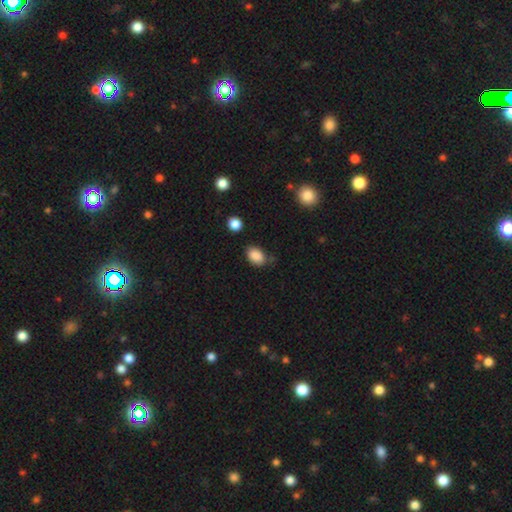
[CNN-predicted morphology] A smooth galaxy with no disk features (87%) that is in between round and cigar-shaped (79%). Merging: none (68%).